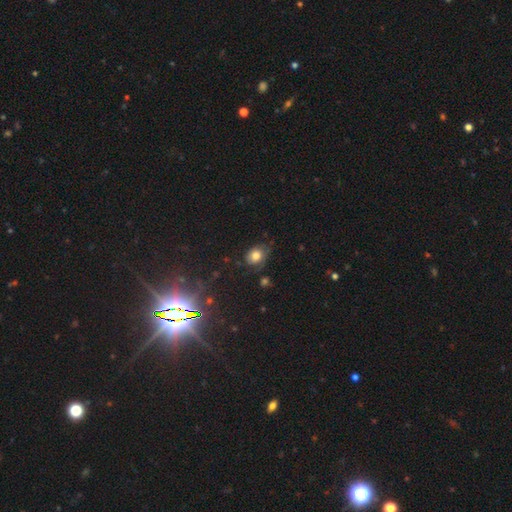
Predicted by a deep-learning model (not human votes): A smooth galaxy with no disk features (71%) that is in between round and cigar-shaped (57%).

Vote fractions:
- Smooth or featured? smooth: 71% / featured or disk: 18% / star or artifact: 12%
- How rounded? in between: 57% / round: 42% / cigar-shaped: 1%
- Merging? none: 60% / minor disturbance: 27% / major disturbance: 10% / merger: 3%